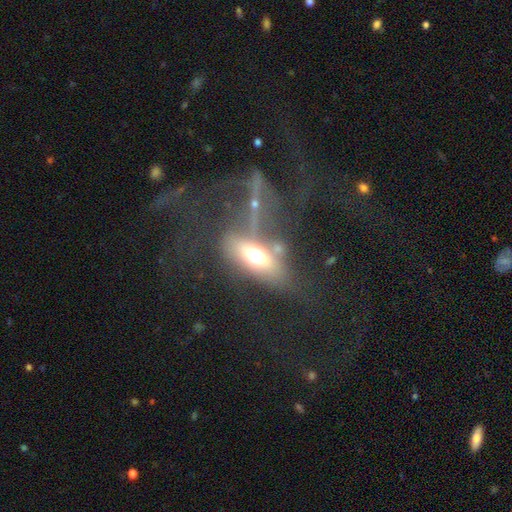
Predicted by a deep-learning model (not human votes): smooth 51%, featured or disk 34%, star or artifact 15%. Down the decision tree: how rounded — in between (75%); merging — none (47%).